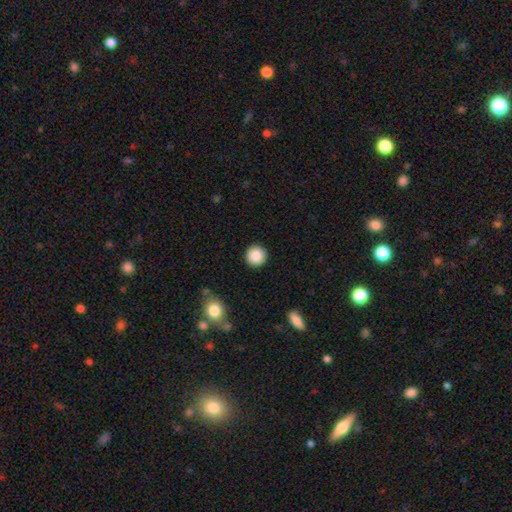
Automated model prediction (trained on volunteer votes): smooth 88%, star or artifact 8%, featured or disk 4%. Down the decision tree: how rounded — round (94%); merging — none (91%).